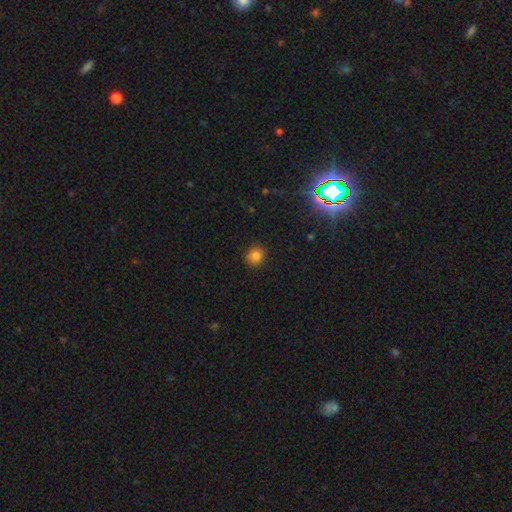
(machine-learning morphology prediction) This appears to be a smooth galaxy with no disk features (81%) that is round (84%). Merging: none (88%).